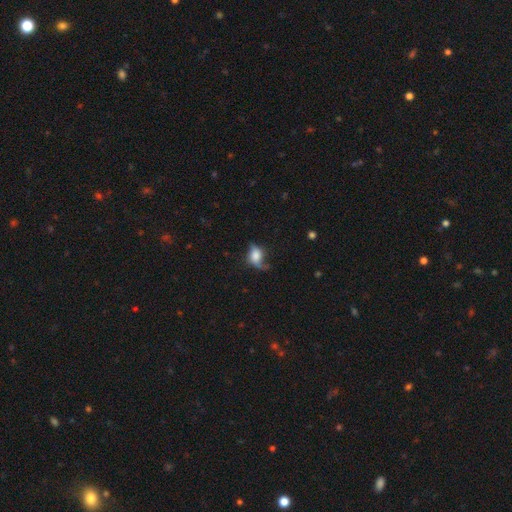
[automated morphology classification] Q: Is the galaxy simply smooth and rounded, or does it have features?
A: smooth — 54%.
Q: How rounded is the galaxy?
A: in between — 65%.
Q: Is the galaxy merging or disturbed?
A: none — 38%.